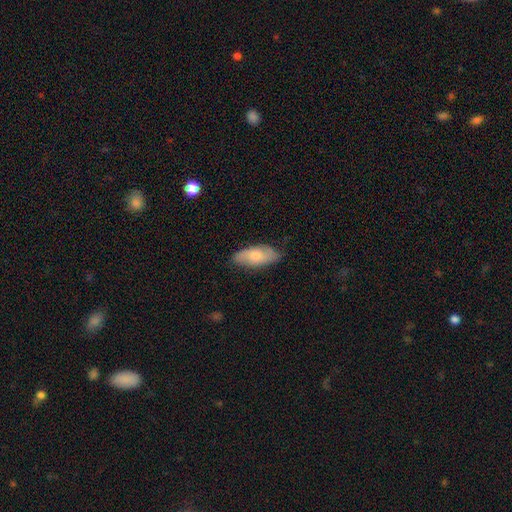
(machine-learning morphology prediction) This is likely a smooth galaxy (63%). How rounded: clearly in between (84%). Merging: likely none (76%).